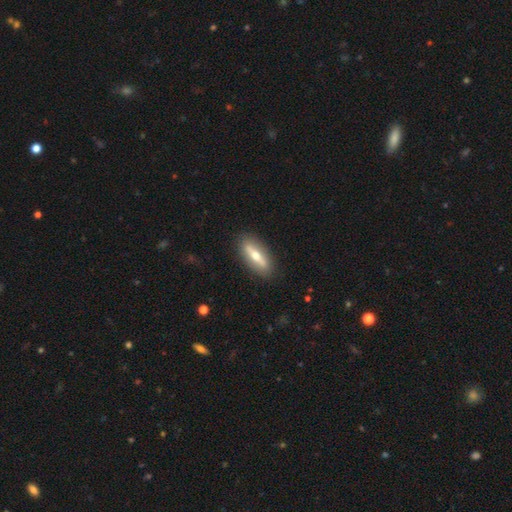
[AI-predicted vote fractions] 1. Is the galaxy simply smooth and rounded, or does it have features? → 53% featured or disk, 40% smooth, 6% star or artifact.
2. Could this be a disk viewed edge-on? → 62% yes, 38% no.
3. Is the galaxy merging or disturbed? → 88% none, 9% minor disturbance, 2% major disturbance, 1% merger.